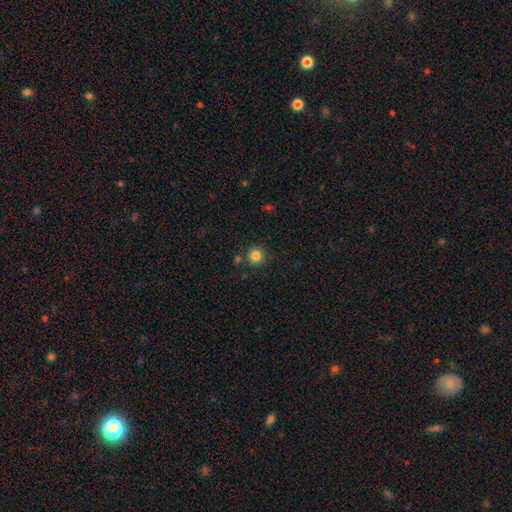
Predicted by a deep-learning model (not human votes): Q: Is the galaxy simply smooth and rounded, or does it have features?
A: smooth — 83%.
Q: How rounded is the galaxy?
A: round — 95%.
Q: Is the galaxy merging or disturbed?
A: none — 85%.